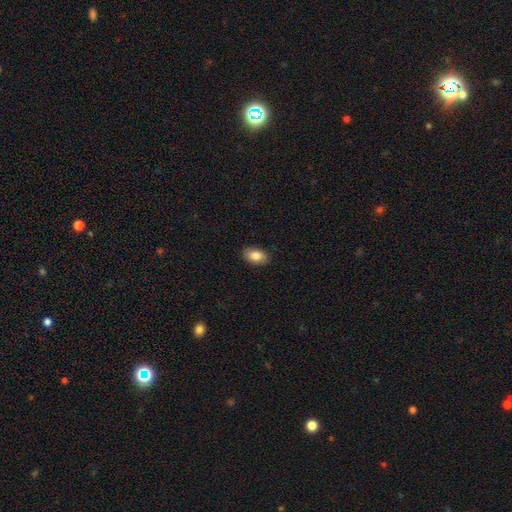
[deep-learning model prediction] smooth_or_featured: smooth (p=0.85) [alt: featured or disk p=0.08]
how_rounded: in between (p=0.92) [alt: round p=0.06]
merging: none (p=0.88) [alt: minor disturbance p=0.09]